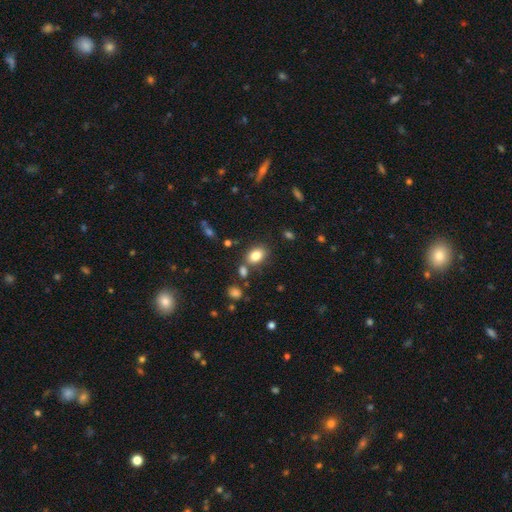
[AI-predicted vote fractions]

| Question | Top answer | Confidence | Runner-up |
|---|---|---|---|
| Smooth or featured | smooth | 83% | star or artifact (10%) |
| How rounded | in between | 77% | round (22%) |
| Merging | none | 74% | minor disturbance (12%) |